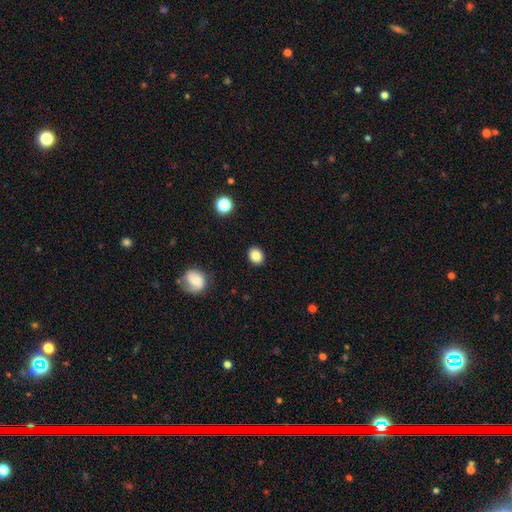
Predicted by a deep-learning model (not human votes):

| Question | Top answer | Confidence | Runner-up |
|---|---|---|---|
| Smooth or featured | smooth | 85% | star or artifact (9%) |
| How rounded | round | 52% | in between (47%) |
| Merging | none | 88% | minor disturbance (8%) |